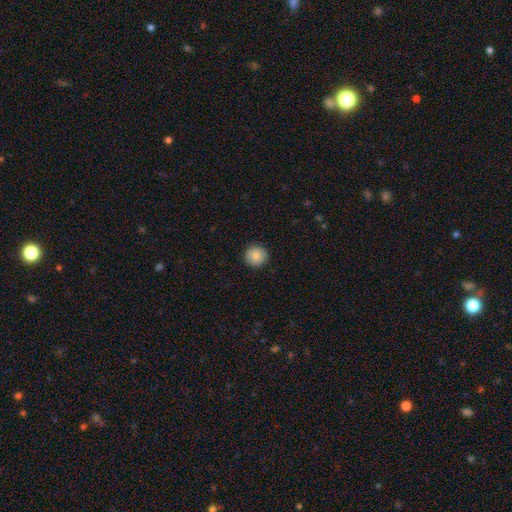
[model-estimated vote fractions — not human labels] smooth 86%, star or artifact 8%, featured or disk 6%. Down the decision tree: how rounded — round (94%); merging — none (91%).